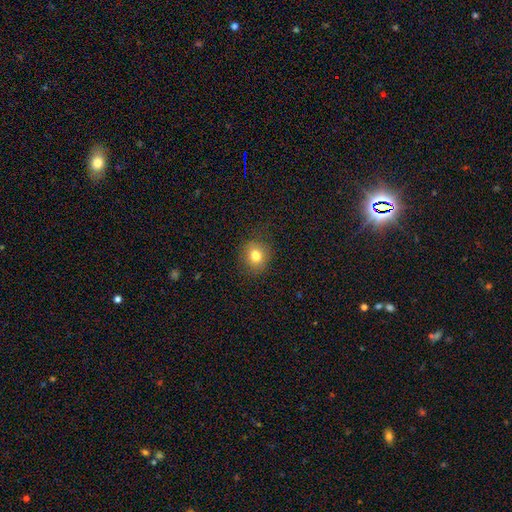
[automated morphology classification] Smooth or featured: smooth — 80% (star or artifact — 12%)
How rounded: round — 70% (in between — 29%)
Merging: none — 83% (minor disturbance — 12%)